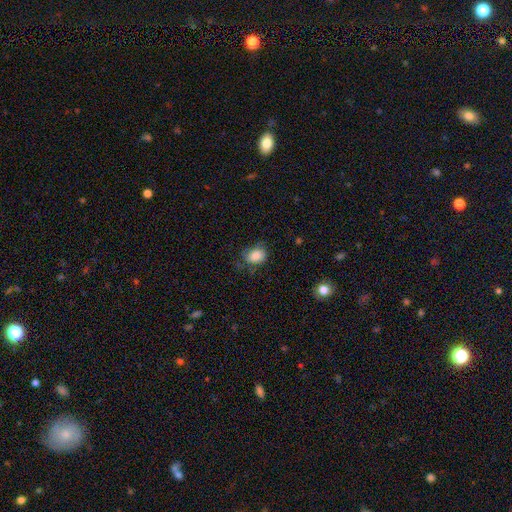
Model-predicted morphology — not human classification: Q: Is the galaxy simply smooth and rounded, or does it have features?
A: smooth — 83%.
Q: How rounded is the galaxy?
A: in between — 67%.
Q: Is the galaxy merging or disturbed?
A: none — 55%.